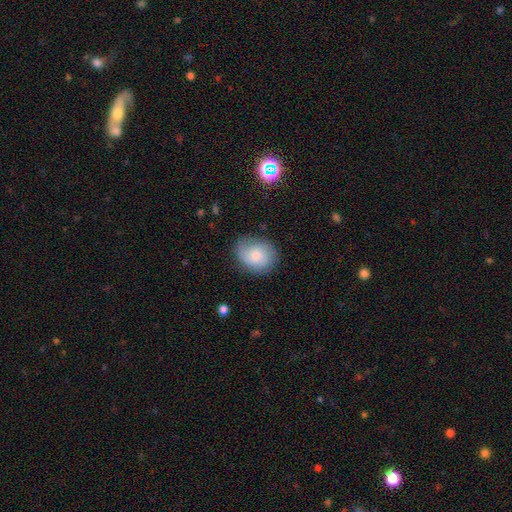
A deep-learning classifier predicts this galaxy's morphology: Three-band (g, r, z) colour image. It shows a smooth galaxy with no disk features (69%) that is in between round and cigar-shaped (54%). Merging: none (73%).